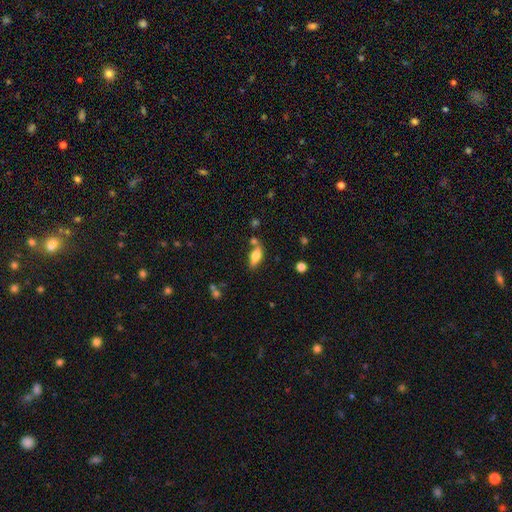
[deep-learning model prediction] Smooth or featured? Predicted: smooth (p=0.68). How rounded? Predicted: in between (p=0.74). Merging? Predicted: none (p=0.69).